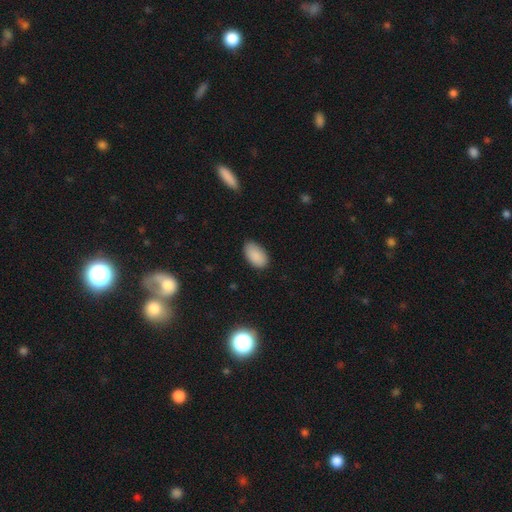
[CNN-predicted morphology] Smooth or featured? smooth (89%)
How rounded? in between (94%)
Merging? none (82%)